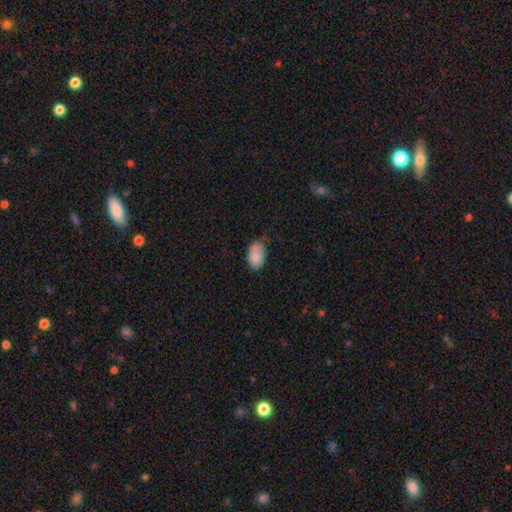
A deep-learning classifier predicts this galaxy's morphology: A smooth galaxy with no disk features (84%) that is in between round and cigar-shaped (91%). Merging: none (56%).